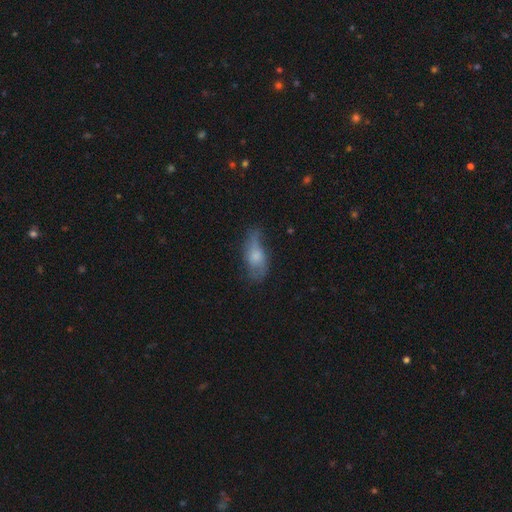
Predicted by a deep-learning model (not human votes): This appears to be a smooth galaxy with no disk features (54%) that is in between round and cigar-shaped (78%). Merging: none (48%).